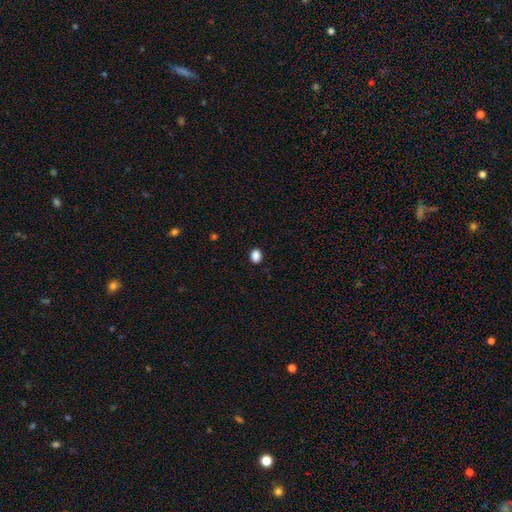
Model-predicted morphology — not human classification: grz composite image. It shows a smooth galaxy with no disk features (88%) that is in between round and cigar-shaped (56%). Merging: none (89%).